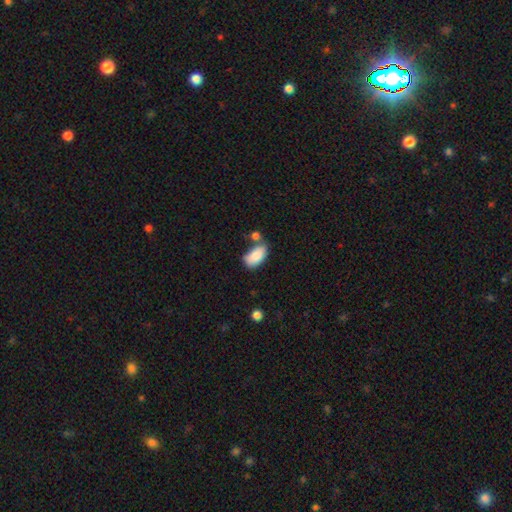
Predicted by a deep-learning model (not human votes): This appears to be a smooth galaxy with no disk features (87%) that is in between round and cigar-shaped (94%). Merging: none (49%).